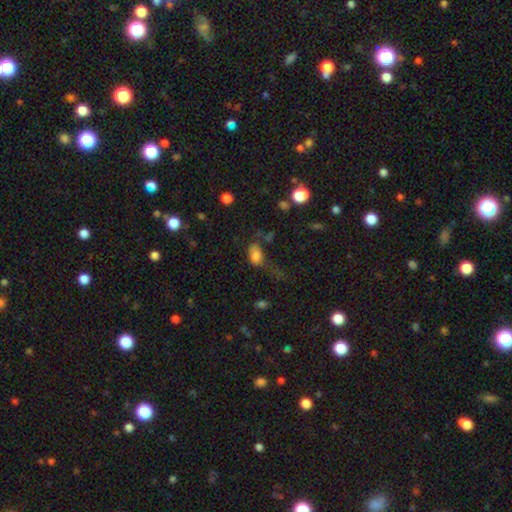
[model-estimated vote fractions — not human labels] This appears to be a smooth galaxy with no disk features (79%) that is in between round and cigar-shaped (86%). Merging: none (34%).